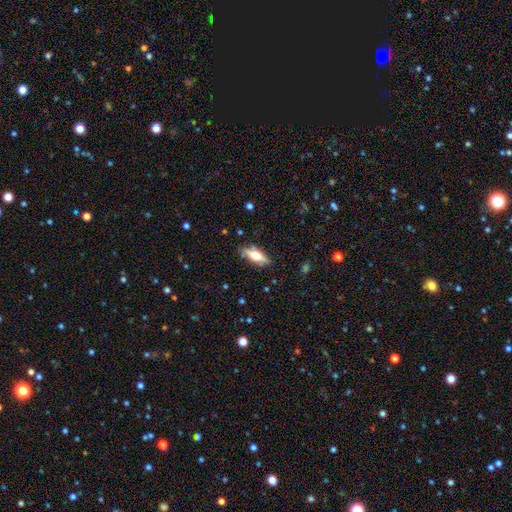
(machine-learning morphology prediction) smooth-or-featured: smooth: 50% | featured or disk: 43% | star or artifact: 7%
  merging: none: 83% | minor disturbance: 13% | major disturbance: 3% | merger: 2%